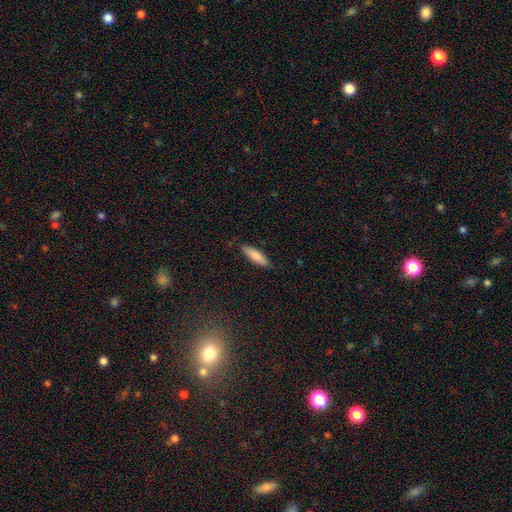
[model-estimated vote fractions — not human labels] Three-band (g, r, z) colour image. It shows a smooth galaxy with no disk features (81%) that is cigar-shaped (64%). Merging: none (84%).